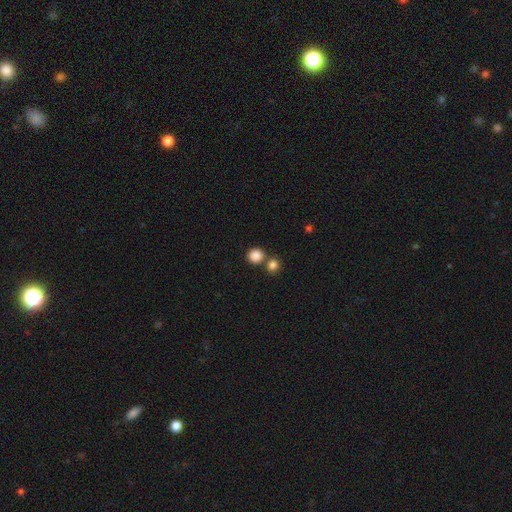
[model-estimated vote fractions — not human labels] The model was most divided on "merging": none: 66%, merger: 24%, minor disturbance: 8%, major disturbance: 3%. More confident: smooth or featured — smooth (86%); how rounded — round (86%).